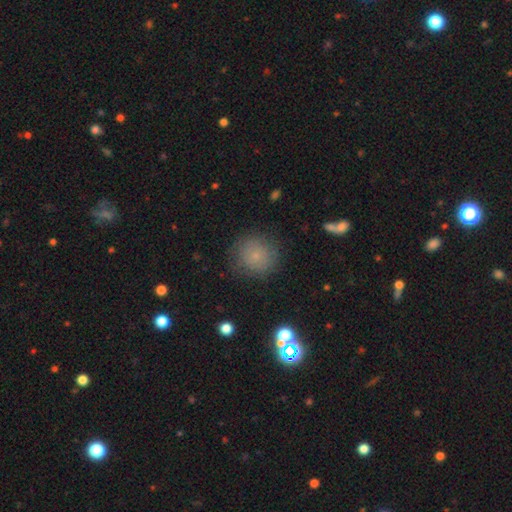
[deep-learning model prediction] Overall: smooth (74%). How rounded: round (92%). Merging: none (81%).